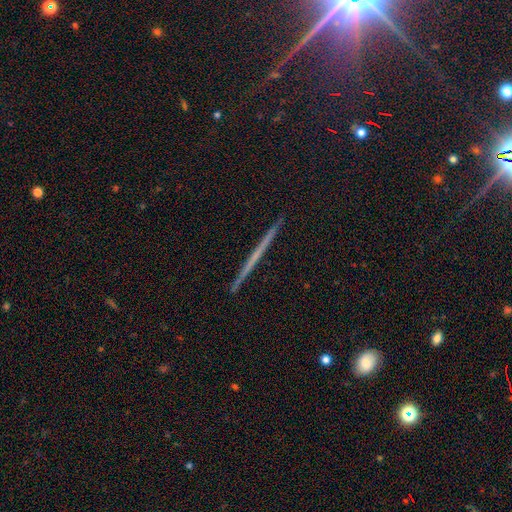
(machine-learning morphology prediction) A featured or disk galaxy (60%) viewed edge-on (98%) with no central bulge (87%).

Vote fractions:
- Smooth or featured? featured or disk: 60% / smooth: 29% / star or artifact: 11%
- Edge-on disk? yes: 98% / no: 2%
- Edge-on bulge? none: 87% / rounded: 9% / boxy: 4%
- Merging? none: 93% / minor disturbance: 5% / major disturbance: 1% / merger: 1%